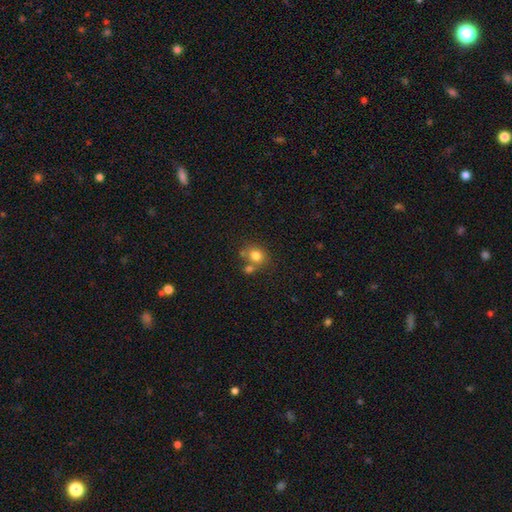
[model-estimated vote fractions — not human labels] Smooth or featured?
  - smooth: 79% *
  - star or artifact: 12%
  - featured or disk: 9%
How rounded?
  - round: 70% *
  - in between: 29%
  - cigar-shaped: 1%
Merging?
  - none: 58% *
  - merger: 26%
  - minor disturbance: 11%
  - major disturbance: 4%